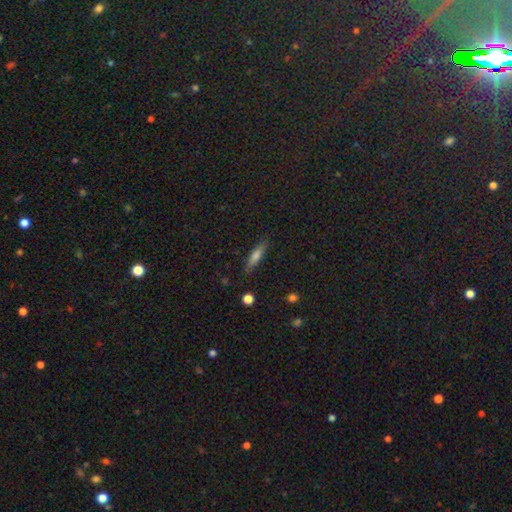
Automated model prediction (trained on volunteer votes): The model was most divided on "smooth or featured": smooth: 61%, featured or disk: 29%, star or artifact: 10%. More confident: merging — none (85%); how rounded — cigar-shaped (77%).